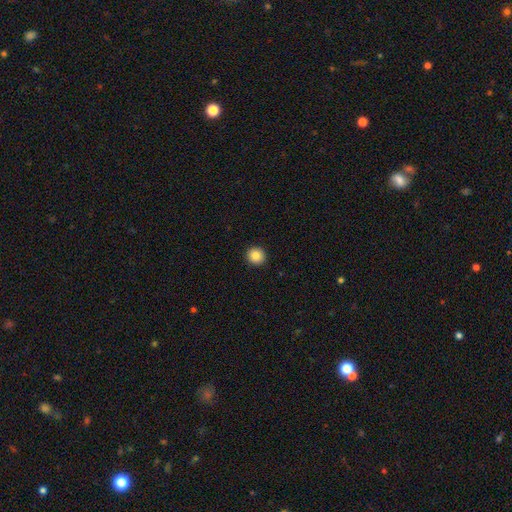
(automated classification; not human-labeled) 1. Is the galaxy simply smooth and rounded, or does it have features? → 87% smooth, 9% star or artifact, 4% featured or disk.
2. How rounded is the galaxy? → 94% round, 5% in between, 1% cigar-shaped.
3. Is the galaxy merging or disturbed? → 93% none, 4% minor disturbance, 1% major disturbance, 1% merger.